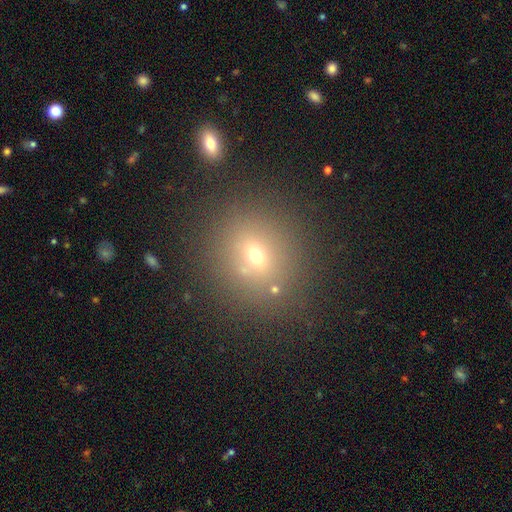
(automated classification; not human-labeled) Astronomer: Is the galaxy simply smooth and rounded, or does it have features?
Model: smooth — 58%.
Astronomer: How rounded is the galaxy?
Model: round — 84%.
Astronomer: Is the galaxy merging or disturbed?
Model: none — 81%.